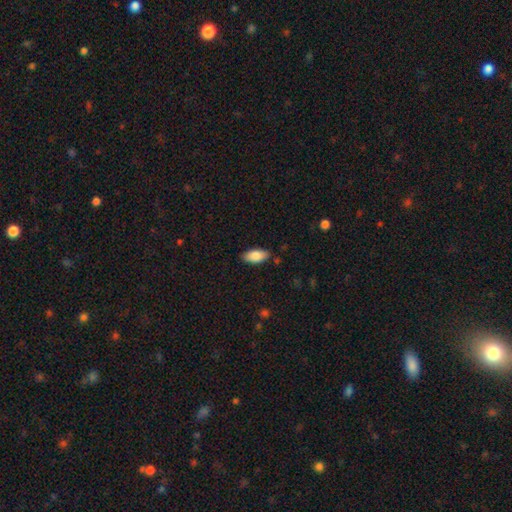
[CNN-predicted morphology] Smooth or featured?
  - smooth: 84% *
  - featured or disk: 10%
  - star or artifact: 7%
How rounded?
  - in between: 91% *
  - cigar-shaped: 7%
  - round: 2%
Merging?
  - none: 85% *
  - minor disturbance: 11%
  - major disturbance: 2%
  - merger: 2%